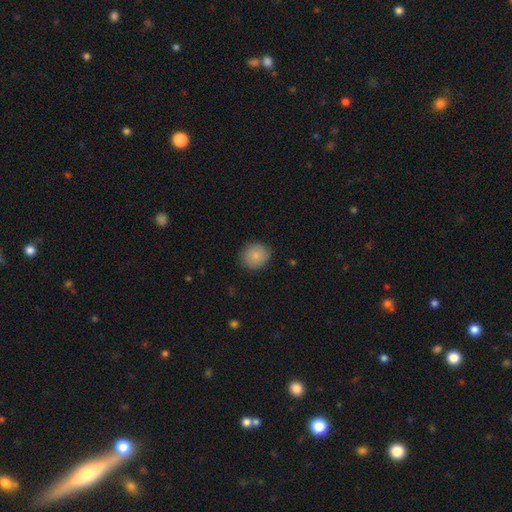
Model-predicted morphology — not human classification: smooth_or_featured: smooth (p=0.84) [alt: featured or disk p=0.08]
how_rounded: round (p=0.84) [alt: in between p=0.15]
merging: none (p=0.86) [alt: minor disturbance p=0.11]